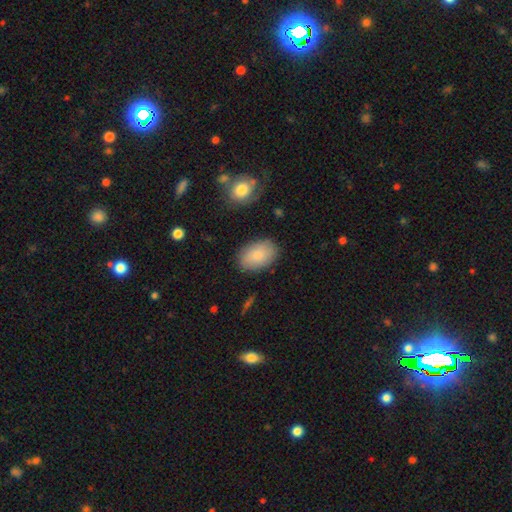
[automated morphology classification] This is clearly a smooth galaxy (82%). How rounded: clearly in between (89%). Merging: clearly none (85%).